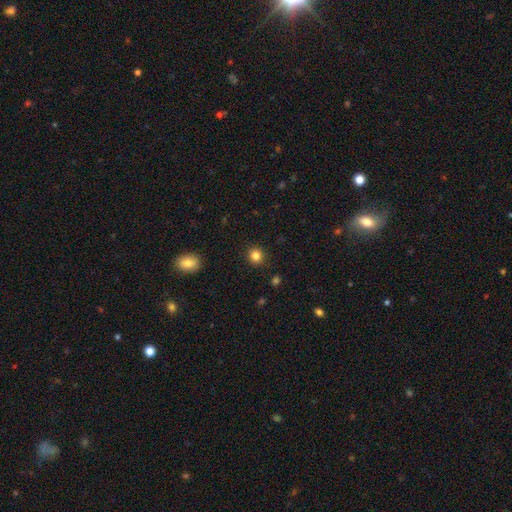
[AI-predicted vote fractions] The model was most divided on "smooth or featured": smooth: 84%, star or artifact: 12%, featured or disk: 5%. More confident: merging — none (91%); how rounded — round (86%).